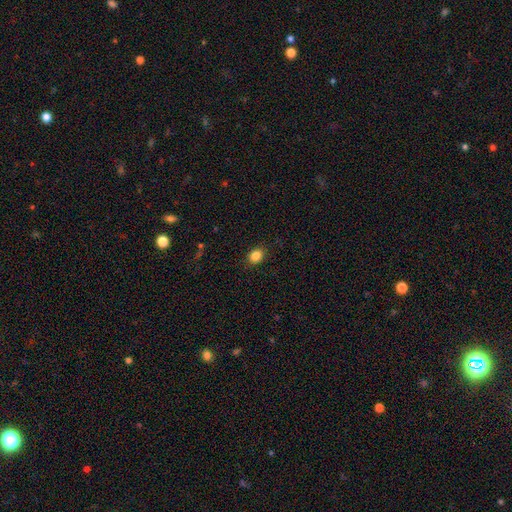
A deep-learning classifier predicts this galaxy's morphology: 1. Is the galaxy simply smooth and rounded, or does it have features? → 86% smooth, 10% star or artifact, 4% featured or disk.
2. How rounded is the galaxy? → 52% in between, 47% round, 1% cigar-shaped.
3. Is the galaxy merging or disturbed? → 89% none, 8% minor disturbance, 2% major disturbance, 1% merger.